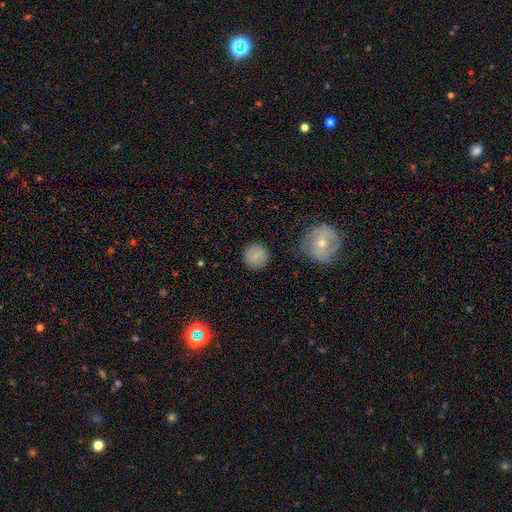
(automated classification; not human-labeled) A smooth galaxy with no disk features (84%) that is round (94%).

Vote fractions:
- Smooth or featured? smooth: 84% / featured or disk: 8% / star or artifact: 8%
- How rounded? round: 94% / in between: 5% / cigar-shaped: 1%
- Merging? none: 88% / minor disturbance: 7% / major disturbance: 3% / merger: 2%